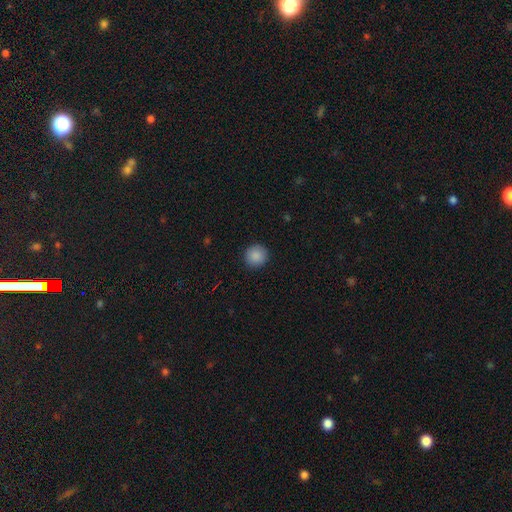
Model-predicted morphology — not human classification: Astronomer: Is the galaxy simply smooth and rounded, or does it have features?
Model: smooth — 88%.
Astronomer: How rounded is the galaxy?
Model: round — 94%.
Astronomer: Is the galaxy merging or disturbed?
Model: none — 91%.